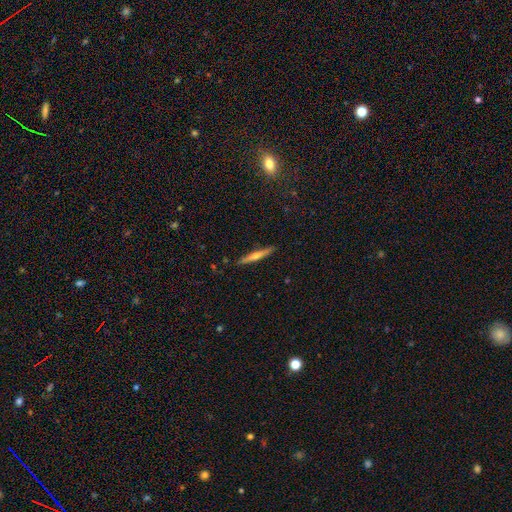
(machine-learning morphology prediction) Overall: featured or disk (59%; smooth 35%). Edge-on disk: yes (97%). Edge-on bulge: rounded (80%). Merging: none (90%).